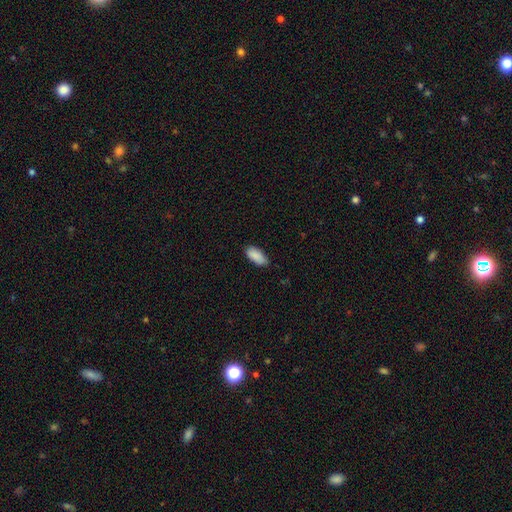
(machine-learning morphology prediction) Smooth or featured? Predicted: smooth (p=0.89). How rounded? Predicted: in between (p=0.89). Merging? Predicted: none (p=0.78).